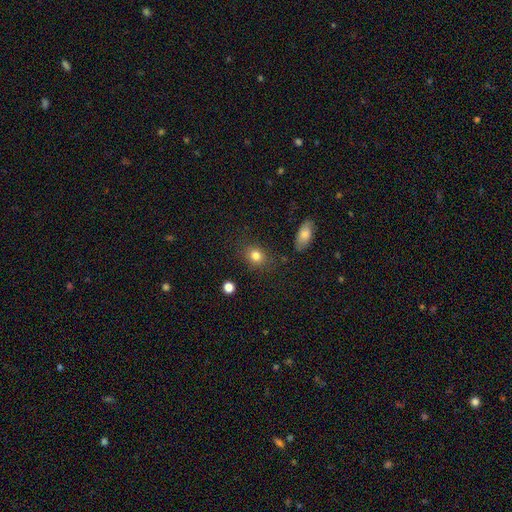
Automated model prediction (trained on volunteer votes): smooth_or_featured: smooth (p=0.83) [alt: star or artifact p=0.10]
how_rounded: round (p=0.56) [alt: in between p=0.42]
merging: none (p=0.82) [alt: minor disturbance p=0.11]